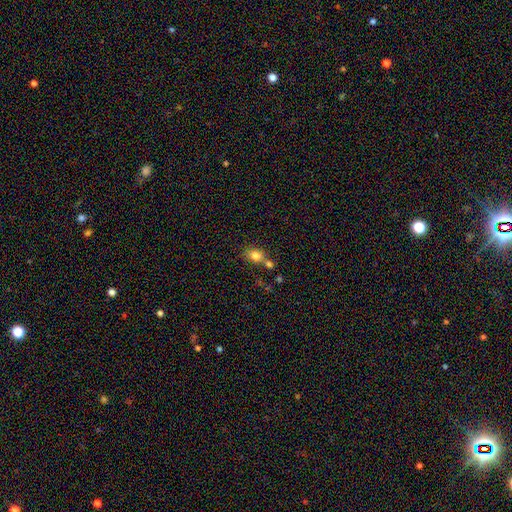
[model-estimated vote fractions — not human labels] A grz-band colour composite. It shows a smooth galaxy with no disk features (81%) that is in between round and cigar-shaped (65%). Merging: none (56%).